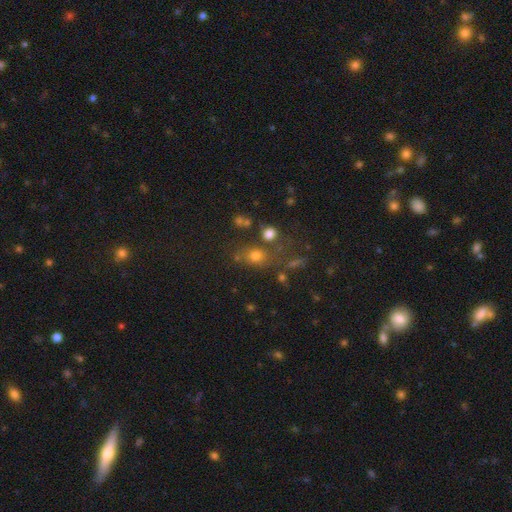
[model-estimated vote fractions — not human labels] Overall: smooth (66%). How rounded: round (64%; in between 34%). Merging: none (64%).